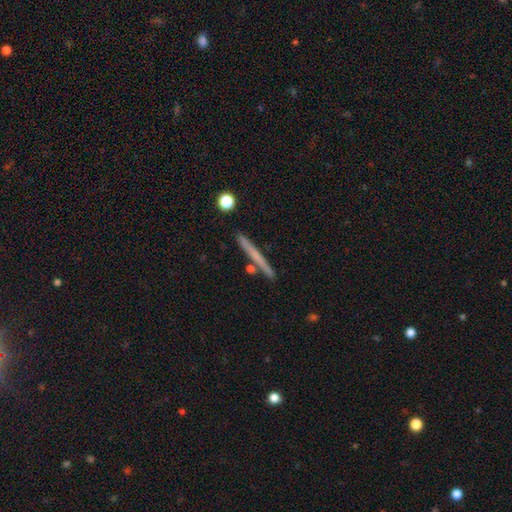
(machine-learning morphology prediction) This appears to be a smooth galaxy with no disk features (50%) that is cigar-shaped (96%). Merging: none (88%).